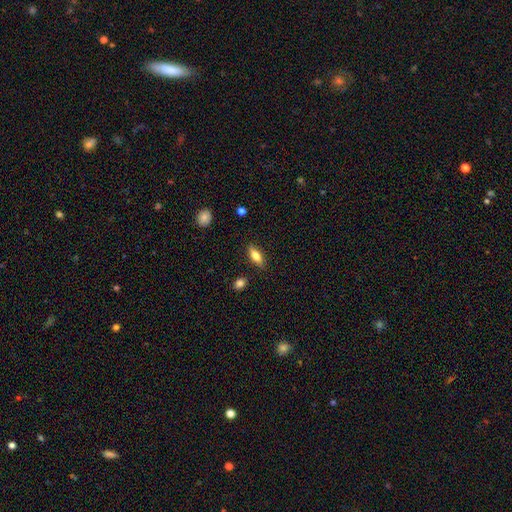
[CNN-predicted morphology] Q: Smooth or featured?
A: smooth (68%); runner-up: featured or disk (25%)
Q: How rounded?
A: in between (68%); runner-up: cigar-shaped (28%)
Q: Merging?
A: none (84%); runner-up: minor disturbance (11%)